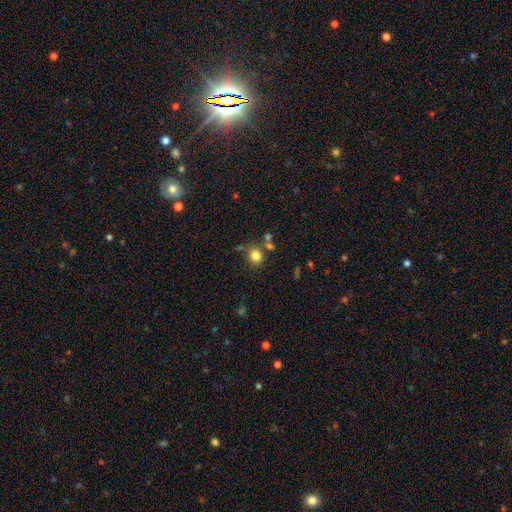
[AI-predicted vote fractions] A smooth galaxy with no disk features (81%) that is round (80%).

Vote fractions:
- Smooth or featured? smooth: 81% / star or artifact: 12% / featured or disk: 7%
- How rounded? round: 80% / in between: 19% / cigar-shaped: 1%
- Merging? none: 70% / minor disturbance: 13% / merger: 12% / major disturbance: 5%